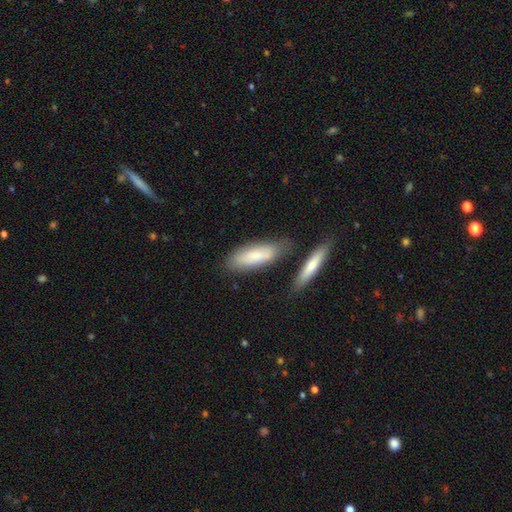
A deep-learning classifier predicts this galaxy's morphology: smooth_or_featured: smooth (p=0.77) [alt: featured or disk p=0.18]
how_rounded: in between (p=0.50) [alt: cigar-shaped p=0.48]
merging: none (p=0.67) [alt: minor disturbance p=0.16]